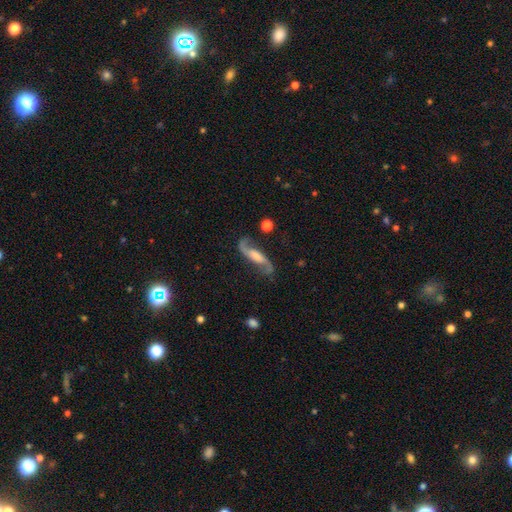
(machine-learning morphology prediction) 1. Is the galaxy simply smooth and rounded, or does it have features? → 87% featured or disk, 7% smooth, 5% star or artifact.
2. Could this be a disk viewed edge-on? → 90% no, 10% yes.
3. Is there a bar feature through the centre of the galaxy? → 38% weak, 36% no, 26% strong.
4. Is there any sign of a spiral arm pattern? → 97% yes, 3% no.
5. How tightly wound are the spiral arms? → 66% loose, 28% medium, 6% tight.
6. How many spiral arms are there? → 93% 2, 2% 1, 2% can't tell, 1% 3, 1% 4, 1% more than 4.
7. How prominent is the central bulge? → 35% moderate, 24% small, 19% large, 19% none, 3% dominant.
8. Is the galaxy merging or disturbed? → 75% none, 15% minor disturbance, 7% major disturbance, 3% merger.